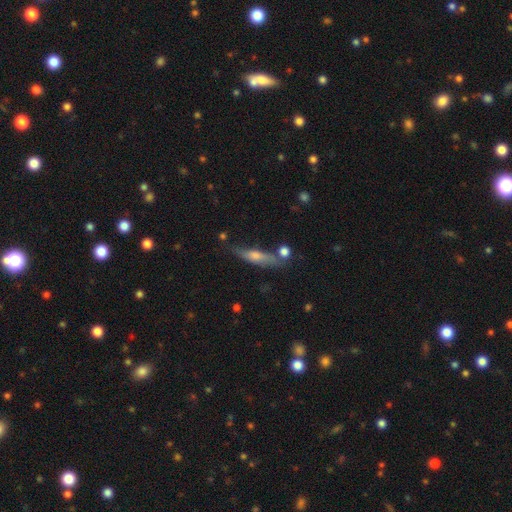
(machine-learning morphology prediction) This is possibly a featured or disk galaxy (49%). Merging: likely none (69%).